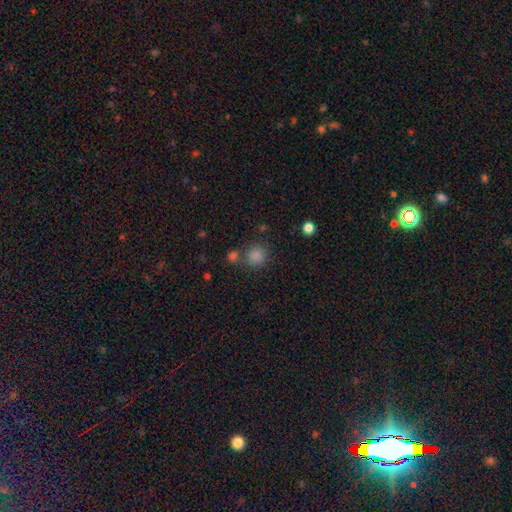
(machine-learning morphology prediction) This is clearly a smooth galaxy (83%). How rounded: clearly round (86%). Merging: likely none (71%).